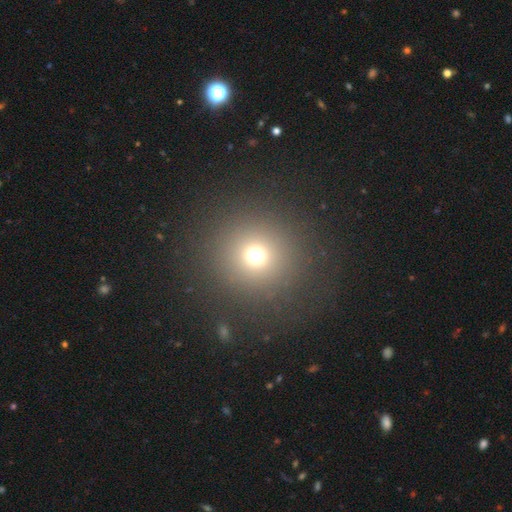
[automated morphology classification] This appears to be a smooth galaxy with no disk features (68%) that is round (94%). Merging: none (87%).